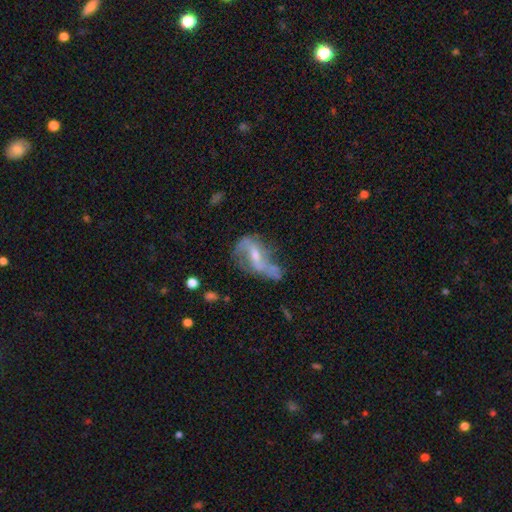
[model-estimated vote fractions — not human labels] This is likely a featured or disk galaxy (74%). It is clearly not viewed edge-on (91%). Bar: marginally weak (41%). Spiral arm pattern: likely yes (77%). Spiral arm count: likely 2 (75%). Spiral winding: likely loose (68%). Central bulge: possibly small (50%). Merging: marginally none (37%).